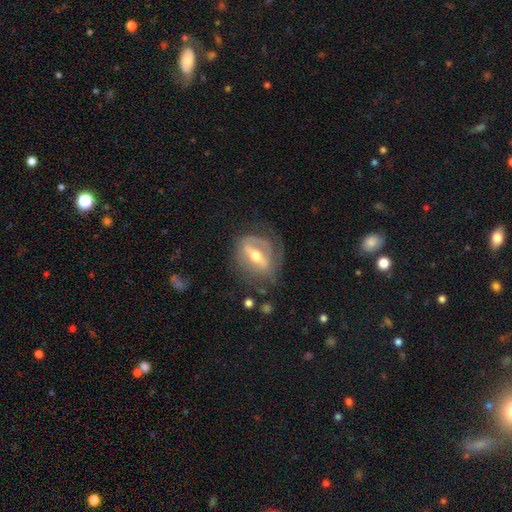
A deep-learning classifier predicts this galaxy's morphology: Overall: featured or disk (75%). Edge-on disk: no (86%). Bar: strong (63%; weak 26%). Spiral arms: yes (56%; no 44%). Bulge size: moderate (70%). Merging: none (62%).